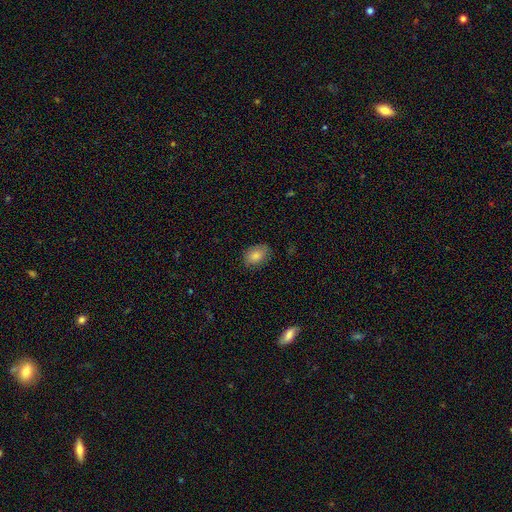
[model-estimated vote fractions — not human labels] Smooth or featured?
  - smooth: 83% *
  - featured or disk: 9%
  - star or artifact: 8%
How rounded?
  - in between: 81% *
  - round: 17%
  - cigar-shaped: 1%
Merging?
  - none: 79% *
  - minor disturbance: 17%
  - major disturbance: 4%
  - merger: 1%